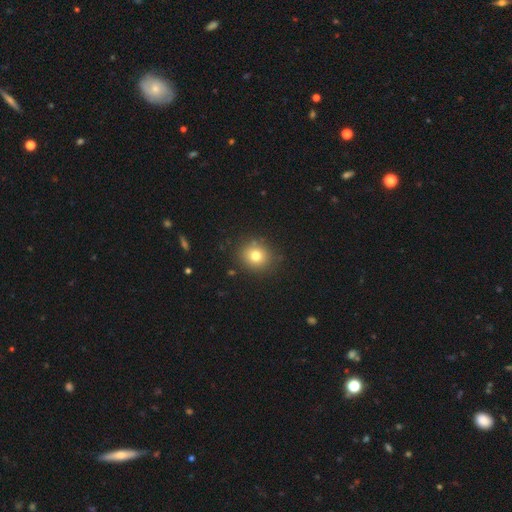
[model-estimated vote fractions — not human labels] Smooth or featured? Predicted: smooth (p=0.77). How rounded? Predicted: round (p=0.81). Merging? Predicted: none (p=0.86).